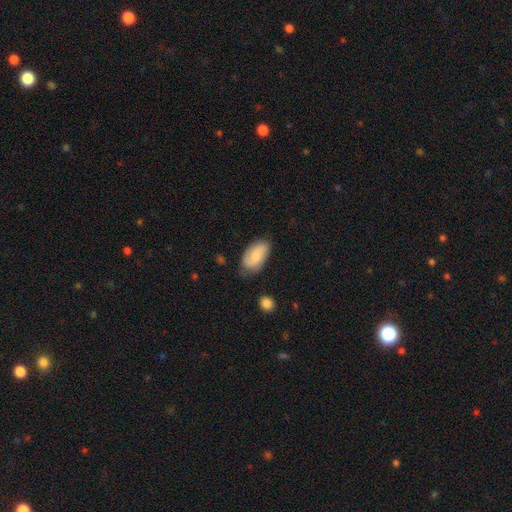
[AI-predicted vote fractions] A smooth galaxy with no disk features (72%) that is in between round and cigar-shaped (94%).

Vote fractions:
- Smooth or featured? smooth: 72% / featured or disk: 21% / star or artifact: 6%
- How rounded? in between: 94% / round: 3% / cigar-shaped: 3%
- Merging? none: 72% / minor disturbance: 22% / major disturbance: 5% / merger: 2%